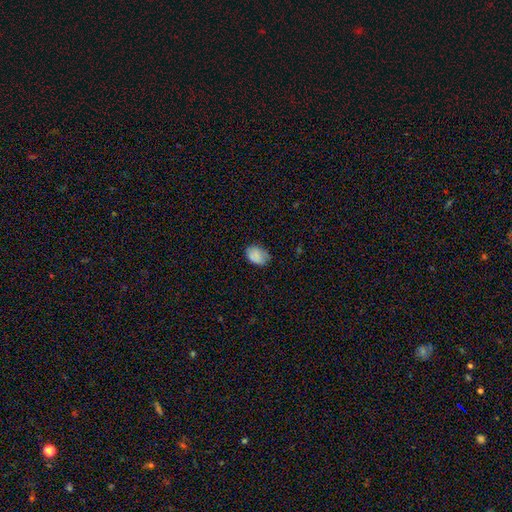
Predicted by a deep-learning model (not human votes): Smooth or featured: smooth — 81% (featured or disk — 10%)
How rounded: in between — 76% (round — 23%)
Merging: none — 68% (minor disturbance — 25%)